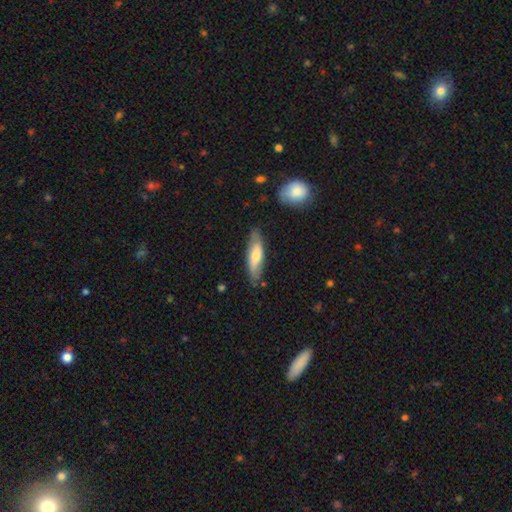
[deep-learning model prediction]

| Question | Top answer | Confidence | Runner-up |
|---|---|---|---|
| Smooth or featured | smooth | 60% | featured or disk (34%) |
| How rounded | cigar-shaped | 63% | in between (35%) |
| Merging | none | 77% | minor disturbance (17%) |